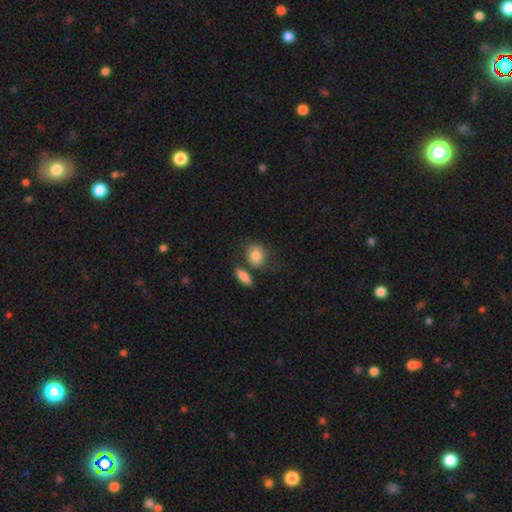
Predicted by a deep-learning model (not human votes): Smooth or featured? smooth (82%)
How rounded? in between (55%)
Merging? none (53%)